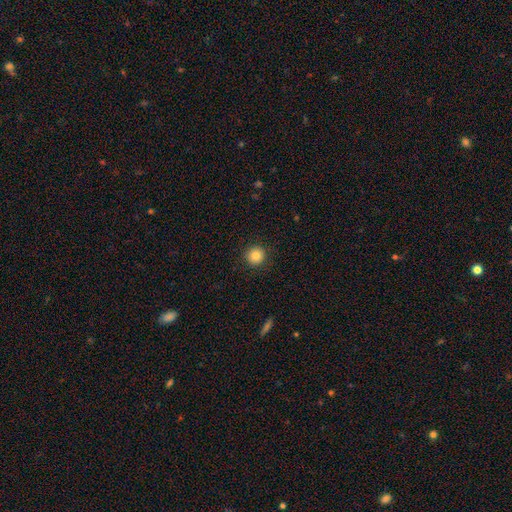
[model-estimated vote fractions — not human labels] A smooth galaxy with no disk features (84%) that is round (94%).

Vote fractions:
- Smooth or featured? smooth: 84% / star or artifact: 10% / featured or disk: 5%
- How rounded? round: 94% / in between: 5% / cigar-shaped: 1%
- Merging? none: 92% / minor disturbance: 5% / major disturbance: 2% / merger: 1%